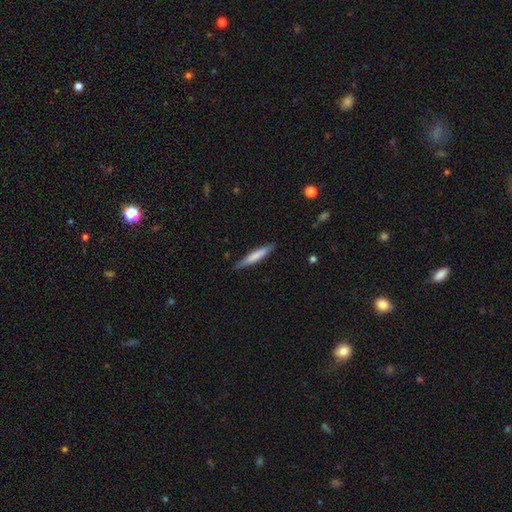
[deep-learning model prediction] smooth-or-featured: smooth: 68% | featured or disk: 27% | star or artifact: 5%
  how-rounded: cigar-shaped: 92% | in between: 7% | round: 1%
  merging: none: 85% | minor disturbance: 11% | major disturbance: 2% | merger: 1%